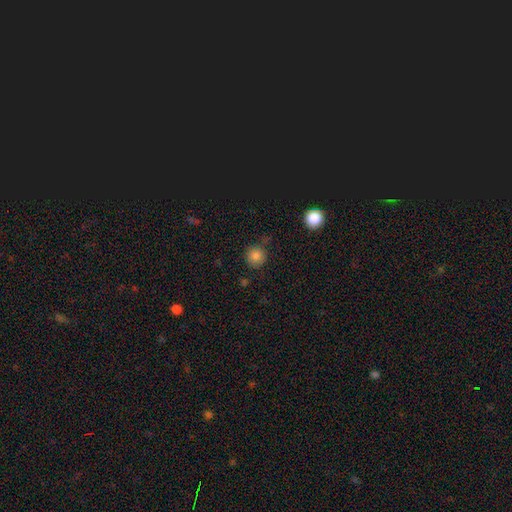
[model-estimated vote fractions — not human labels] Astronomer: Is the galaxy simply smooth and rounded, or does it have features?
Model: smooth — 83%.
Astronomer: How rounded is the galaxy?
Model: round — 93%.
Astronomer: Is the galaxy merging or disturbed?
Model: none — 83%.